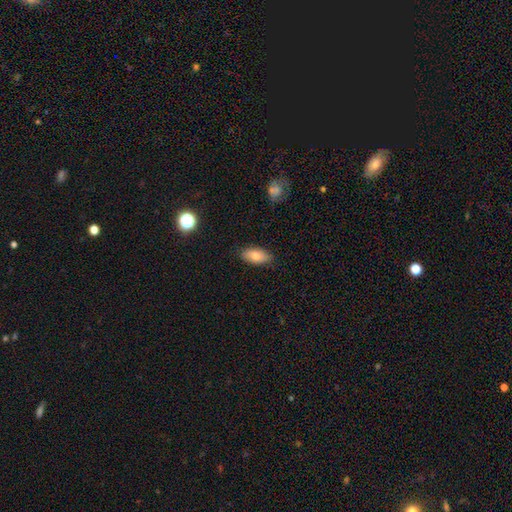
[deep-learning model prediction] Morphology: type=smooth (79%); roundness=in between (90%); merging=none (85%).